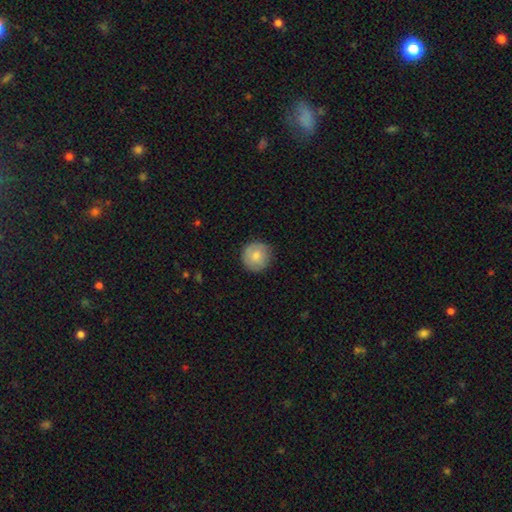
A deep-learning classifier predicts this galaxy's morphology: smooth_or_featured: smooth (p=0.78) [alt: featured or disk p=0.16]
how_rounded: round (p=0.94) [alt: in between p=0.05]
merging: none (p=0.85) [alt: minor disturbance p=0.11]